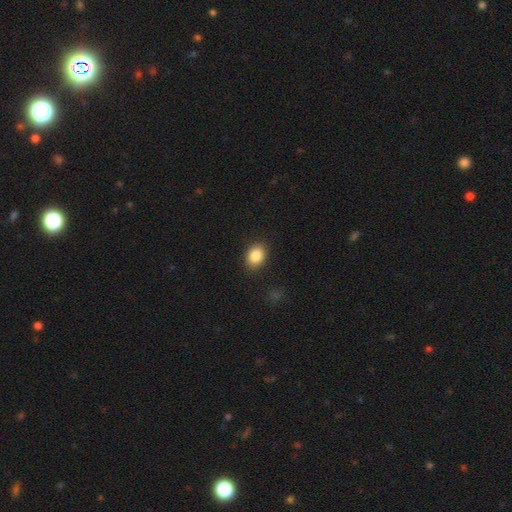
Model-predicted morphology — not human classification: smooth 86%, star or artifact 9%, featured or disk 5%. Down the decision tree: how rounded — in between (61%); merging — none (88%).